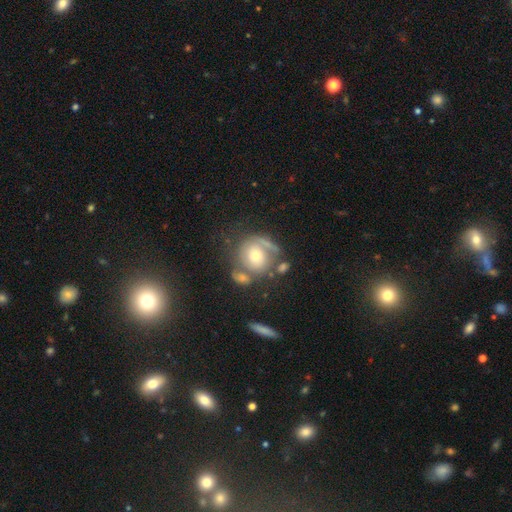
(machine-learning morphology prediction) A featured or disk galaxy (51%). Merging: none (43%).